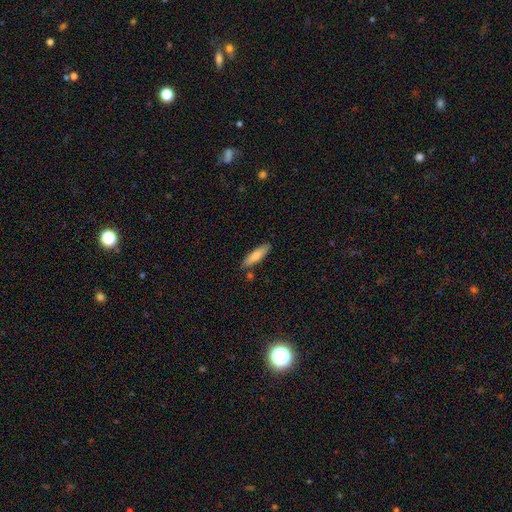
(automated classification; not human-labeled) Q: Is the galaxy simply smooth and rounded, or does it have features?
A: smooth — 81%.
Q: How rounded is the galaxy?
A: cigar-shaped — 63%.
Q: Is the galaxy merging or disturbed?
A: none — 80%.